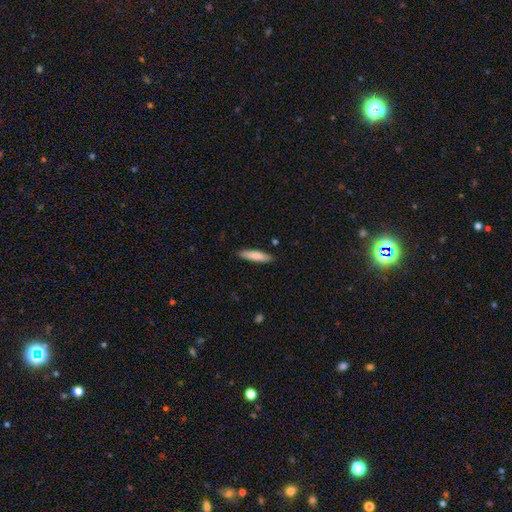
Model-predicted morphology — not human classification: smooth 82%, featured or disk 12%, star or artifact 6%. Down the decision tree: how rounded — cigar-shaped (80%); merging — none (88%).